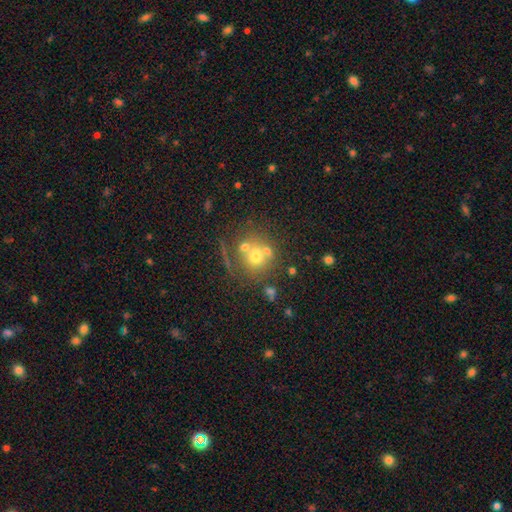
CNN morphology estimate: Smooth or featured? smooth (61%)
How rounded? round (87%)
Merging? none (54%)